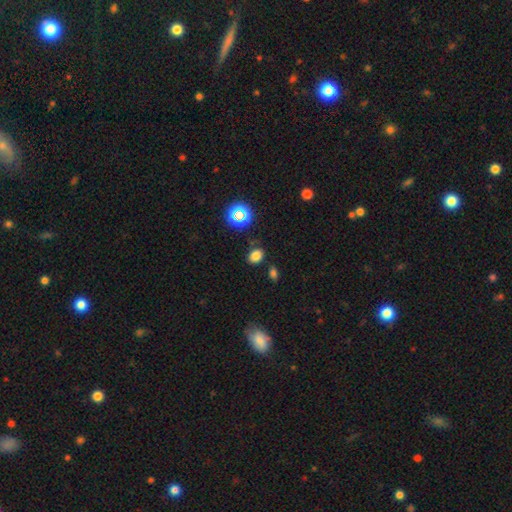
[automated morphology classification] Smooth or featured?
  - smooth: 76% *
  - star or artifact: 18%
  - featured or disk: 6%
How rounded?
  - in between: 64% *
  - round: 35%
  - cigar-shaped: 1%
Merging?
  - none: 80% *
  - minor disturbance: 12%
  - merger: 5%
  - major disturbance: 4%